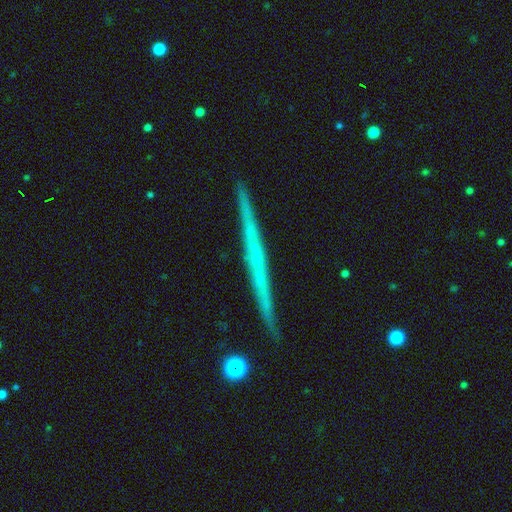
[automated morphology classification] type=featured or disk (61%); edge-on=yes (97%); edge-on bulge=none (91%); merging=none (90%).